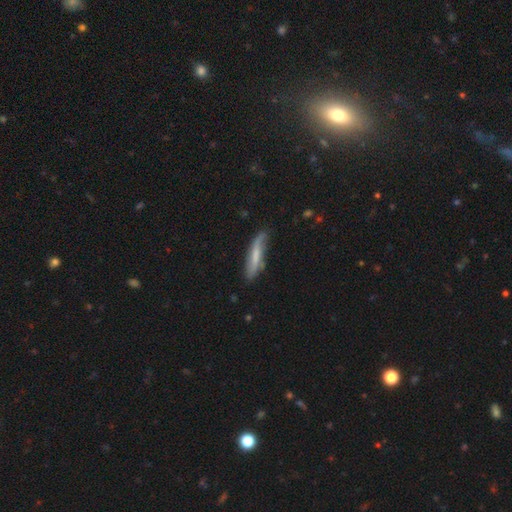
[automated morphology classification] smooth_or_featured: smooth (p=0.52) [alt: featured or disk p=0.42]
how_rounded: cigar-shaped (p=0.78) [alt: in between p=0.20]
merging: none (p=0.65) [alt: minor disturbance p=0.25]